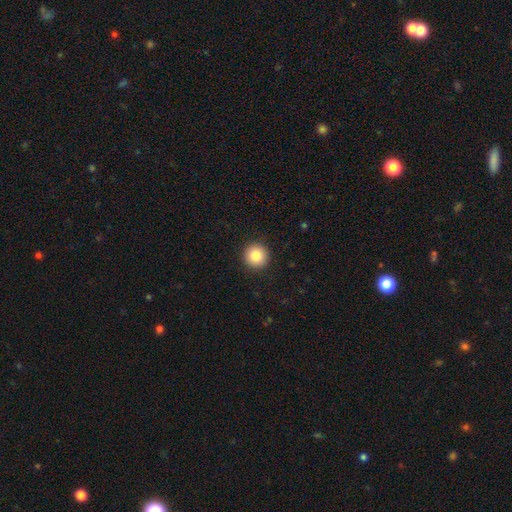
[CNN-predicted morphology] Overall: smooth (86%). How rounded: round (95%). Merging: none (93%).